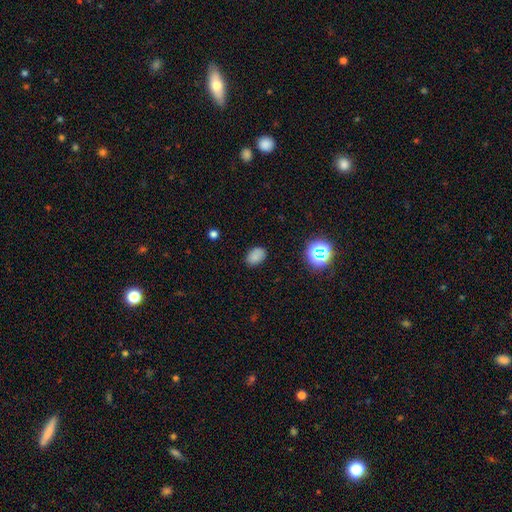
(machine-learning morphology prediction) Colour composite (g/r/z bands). It shows a smooth galaxy with no disk features (81%) that is in between round and cigar-shaped (82%). Merging: none (83%).